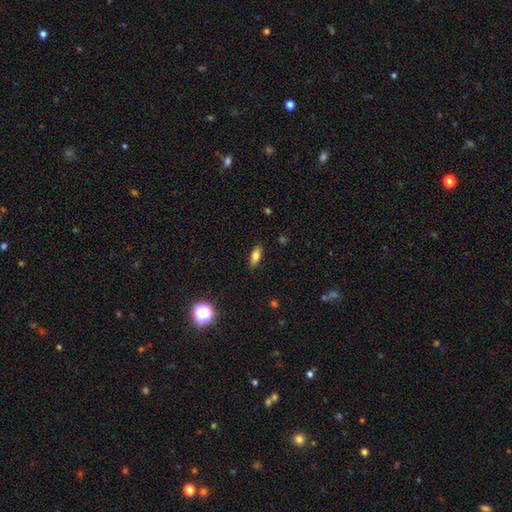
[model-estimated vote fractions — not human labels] Q: Smooth or featured?
A: smooth (73%); runner-up: featured or disk (18%)
Q: How rounded?
A: in between (72%); runner-up: cigar-shaped (25%)
Q: Merging?
A: none (88%); runner-up: minor disturbance (9%)